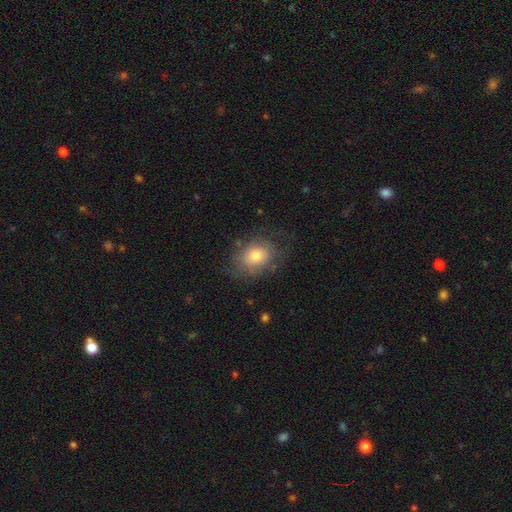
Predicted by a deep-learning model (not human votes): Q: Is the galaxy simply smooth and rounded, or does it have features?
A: smooth — 68%.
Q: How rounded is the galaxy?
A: in between — 62%.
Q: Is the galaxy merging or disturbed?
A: none — 63%.